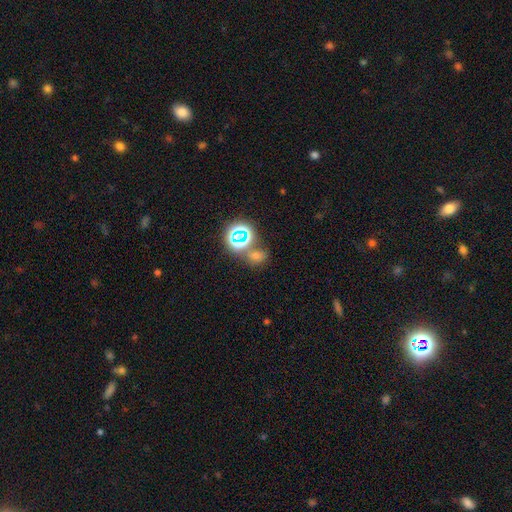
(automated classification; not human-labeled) Smooth or featured: star or artifact — 49% (smooth — 41%)